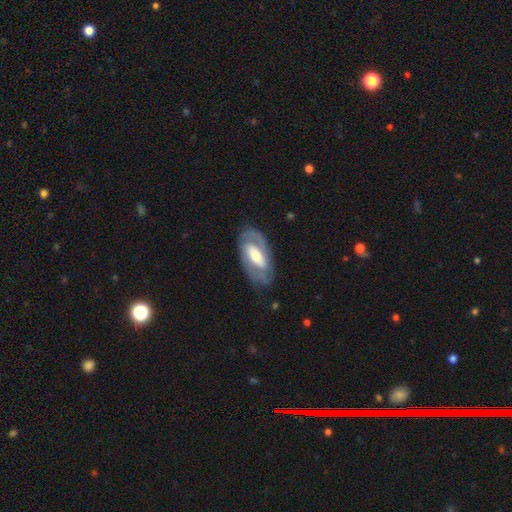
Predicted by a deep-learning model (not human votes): This appears to be a featured or disk galaxy (72%) with a weak bar (37%), spiral arms (73%) and a moderate central bulge (57%). Merging: none (77%).